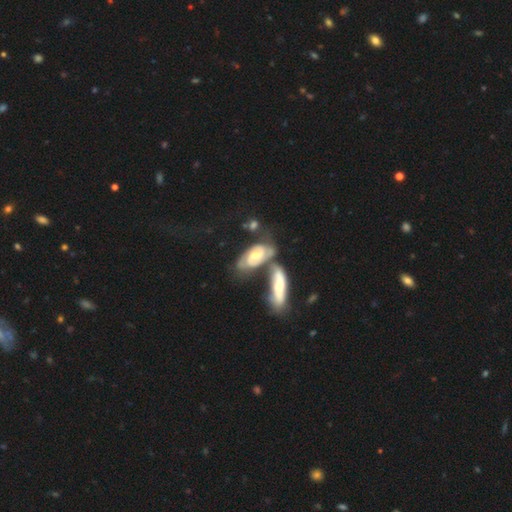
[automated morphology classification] featured or disk 79%, smooth 15%, star or artifact 5%. Down the decision tree: edge-on disk — no (91%); bar — weak (43%); spiral arms — yes (93%); spiral arm count — 2 (81%); spiral winding — tight (46%); bulge size — moderate (61%); merging — merger (40%).